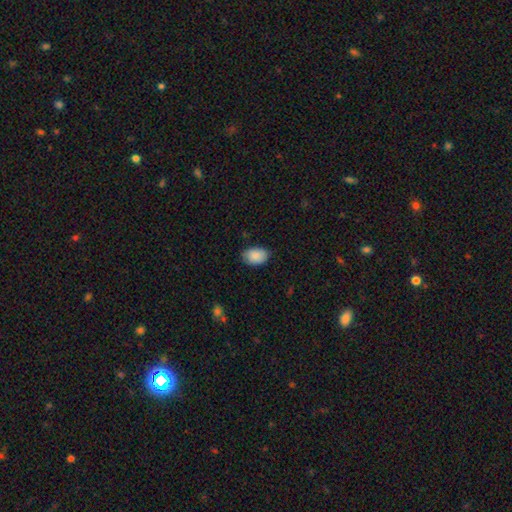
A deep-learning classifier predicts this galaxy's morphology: Smooth or featured? Predicted: smooth (p=0.88). How rounded? Predicted: in between (p=0.87). Merging? Predicted: none (p=0.79).